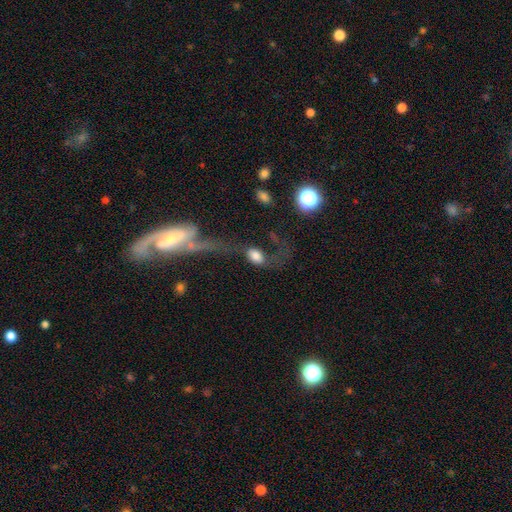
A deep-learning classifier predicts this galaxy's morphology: The model was most divided on "merging": major disturbance: 41%, none: 26%, merger: 19%, minor disturbance: 14%. More confident: how rounded — in between (79%); smooth or featured — smooth (58%).